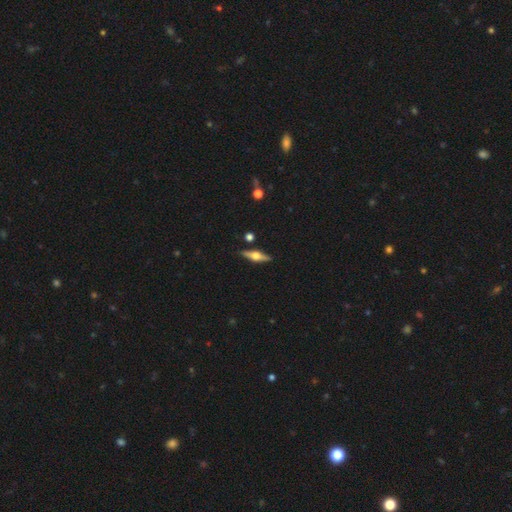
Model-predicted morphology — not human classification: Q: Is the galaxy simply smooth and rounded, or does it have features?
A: featured or disk — 70%.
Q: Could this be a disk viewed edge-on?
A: yes — 96%.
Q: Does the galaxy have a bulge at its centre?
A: rounded — 94%.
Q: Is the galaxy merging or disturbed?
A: none — 88%.